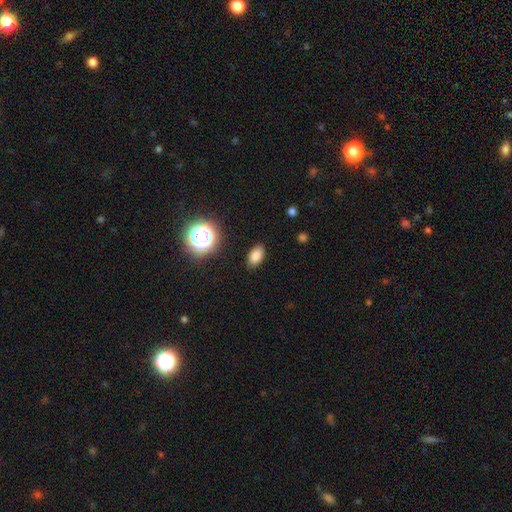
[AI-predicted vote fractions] The model was most divided on "smooth or featured": smooth: 82%, star or artifact: 13%, featured or disk: 5%. More confident: how rounded — in between (88%); merging — none (88%).